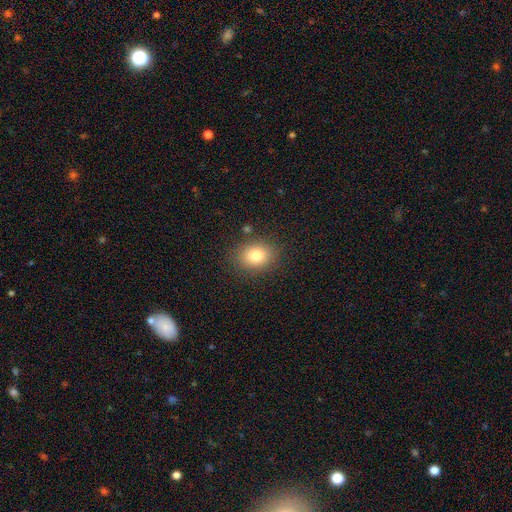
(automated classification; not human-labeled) Q: Smooth or featured?
A: smooth (80%); runner-up: star or artifact (11%)
Q: How rounded?
A: in between (58%); runner-up: round (41%)
Q: Merging?
A: none (84%); runner-up: minor disturbance (10%)